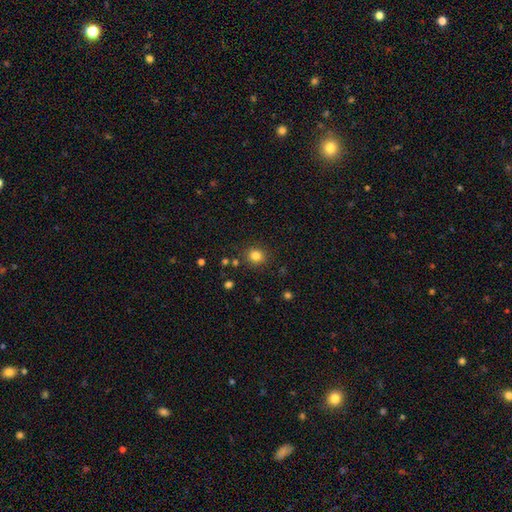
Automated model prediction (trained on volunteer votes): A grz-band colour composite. It shows a smooth galaxy with no disk features (82%) that is round (85%). Merging: none (87%).